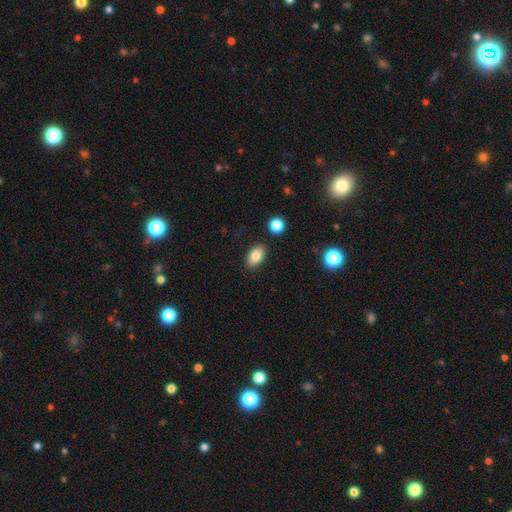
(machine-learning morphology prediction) Q: Smooth or featured?
A: smooth (84%); runner-up: star or artifact (8%)
Q: How rounded?
A: in between (91%); runner-up: round (7%)
Q: Merging?
A: none (86%); runner-up: minor disturbance (9%)